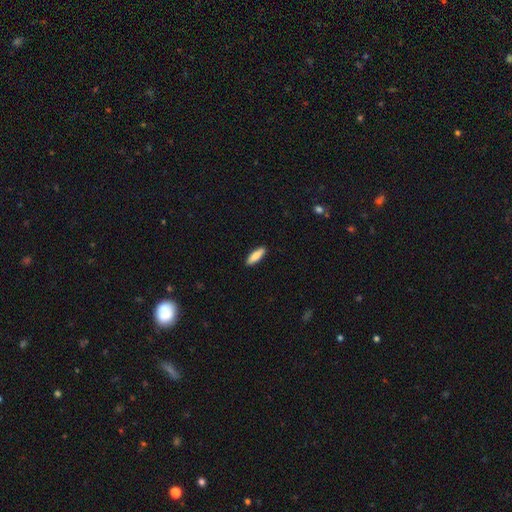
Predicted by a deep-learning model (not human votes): The model was most divided on "how rounded": cigar-shaped: 50%, in between: 48%, round: 2%. More confident: merging — none (90%); smooth or featured — smooth (83%).